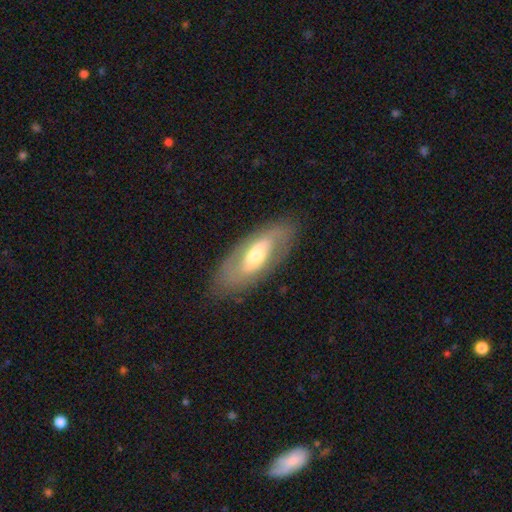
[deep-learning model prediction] This is likely a featured or disk galaxy (61%). It is clearly not viewed edge-on (84%). Bar: marginally no (43%). Spiral arm pattern: possibly yes (53%). Central bulge: likely moderate (64%). Merging: clearly none (81%).